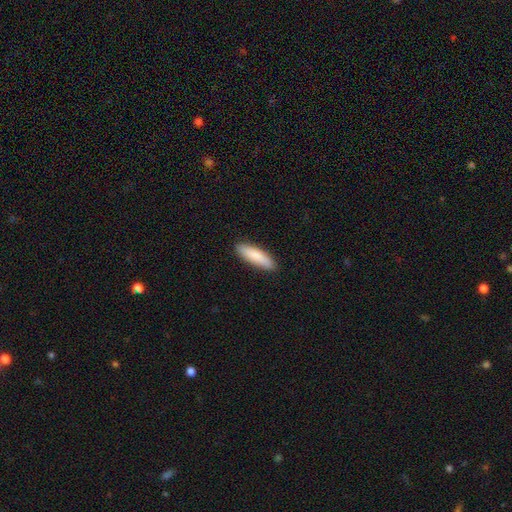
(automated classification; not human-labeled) This is clearly a smooth galaxy (85%). How rounded: likely cigar-shaped (67%). Merging: clearly none (90%).